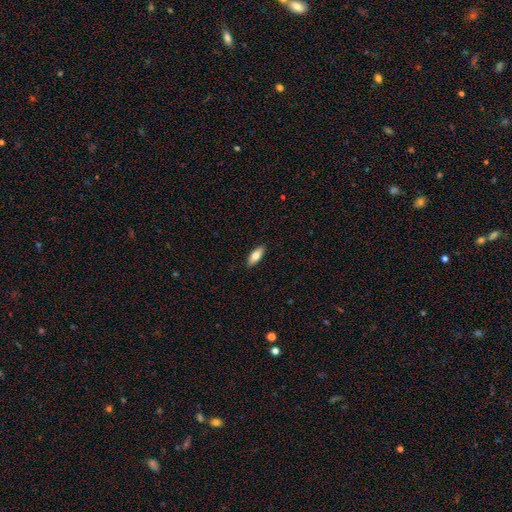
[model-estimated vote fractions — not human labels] Smooth or featured: smooth — 75% (featured or disk — 19%)
How rounded: in between — 72% (cigar-shaped — 26%)
Merging: none — 89% (minor disturbance — 8%)